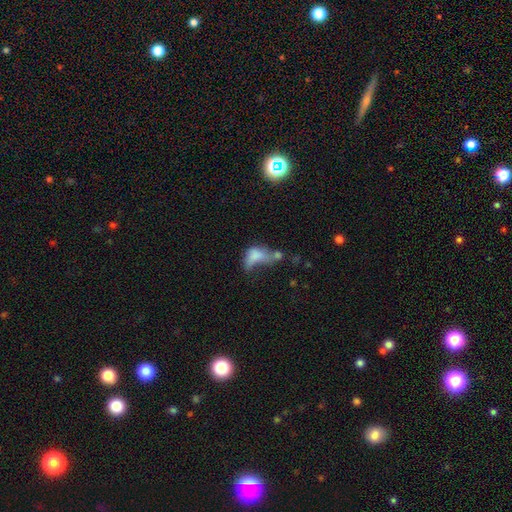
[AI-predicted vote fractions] Smooth or featured: smooth — 61% (featured or disk — 26%)
How rounded: in between — 84% (round — 11%)
Merging: merger — 36% (tied with major disturbance — 36%)